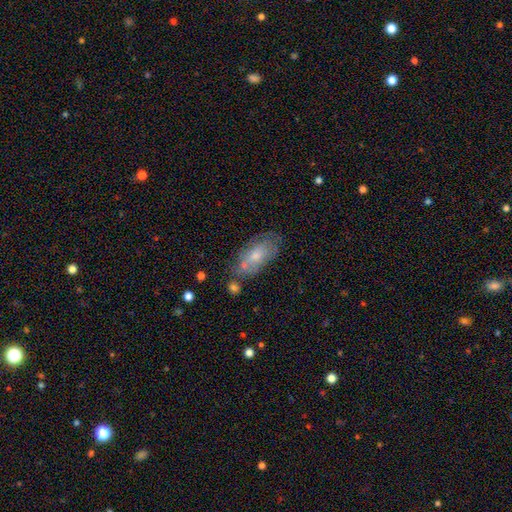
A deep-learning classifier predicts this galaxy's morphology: Overall: smooth (56%; featured or disk 35%). How rounded: in between (88%). Merging: none (62%; minor disturbance 22%).